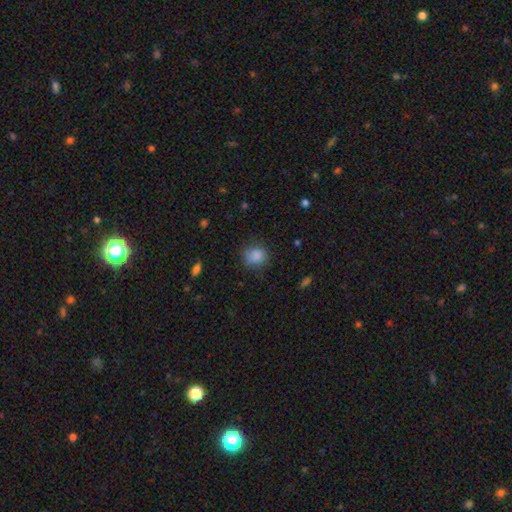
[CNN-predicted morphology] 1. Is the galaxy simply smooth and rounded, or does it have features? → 85% smooth, 9% star or artifact, 6% featured or disk.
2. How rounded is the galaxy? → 71% round, 28% in between, 1% cigar-shaped.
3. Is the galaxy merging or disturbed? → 70% none, 21% minor disturbance, 7% major disturbance, 1% merger.